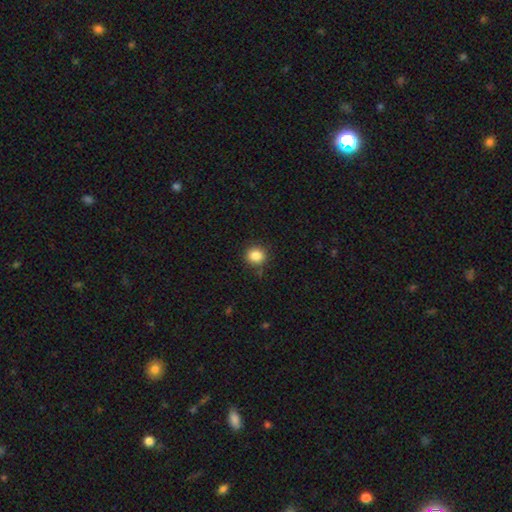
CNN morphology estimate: smooth_or_featured: smooth (p=0.86) [alt: star or artifact p=0.11]
how_rounded: round (p=0.85) [alt: in between p=0.15]
merging: none (p=0.85) [alt: minor disturbance p=0.11]